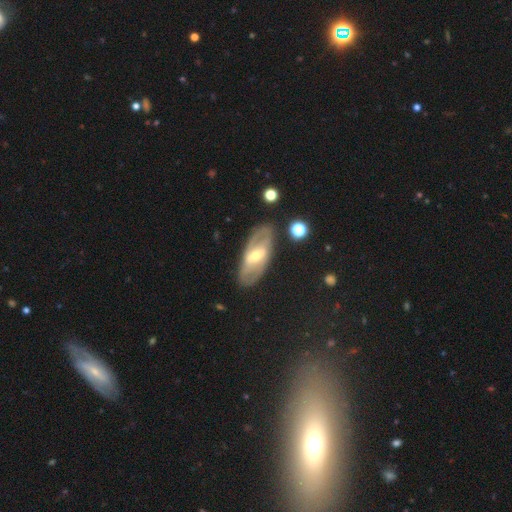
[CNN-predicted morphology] Overall: featured or disk (73%). Edge-on disk: no (88%). Bar: strong (41%; weak 40%). Spiral arms: yes (69%; no 31%). Bulge size: moderate (55%; small 38%). Merging: none (81%).